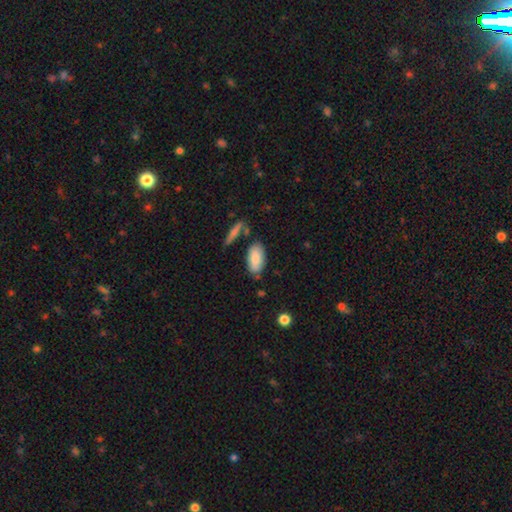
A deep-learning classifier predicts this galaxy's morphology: This is clearly a smooth galaxy (83%). How rounded: clearly in between (90%). Merging: likely none (72%).